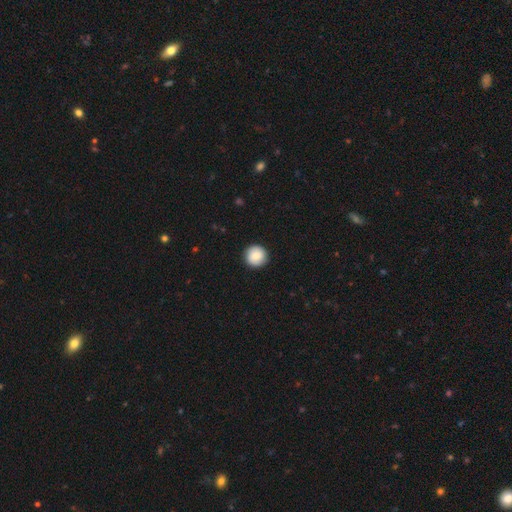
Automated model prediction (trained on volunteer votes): Q: Smooth or featured?
A: smooth (81%); runner-up: featured or disk (12%)
Q: How rounded?
A: round (96%); runner-up: in between (3%)
Q: Merging?
A: none (92%); runner-up: minor disturbance (6%)